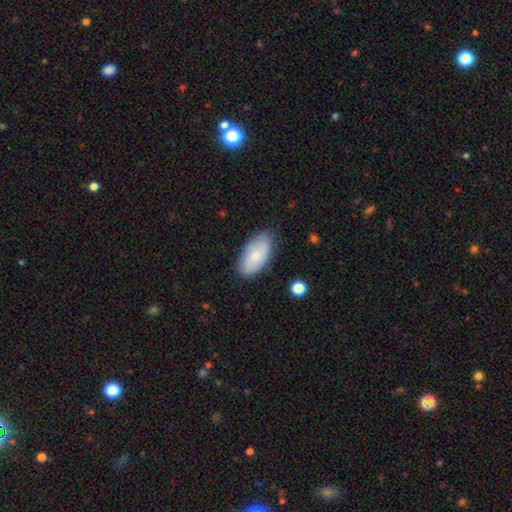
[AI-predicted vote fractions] smooth-or-featured: smooth: 78% | featured or disk: 16% | star or artifact: 6%
  how-rounded: in between: 94% | cigar-shaped: 3% | round: 3%
  merging: none: 79% | minor disturbance: 16% | major disturbance: 3% | merger: 1%